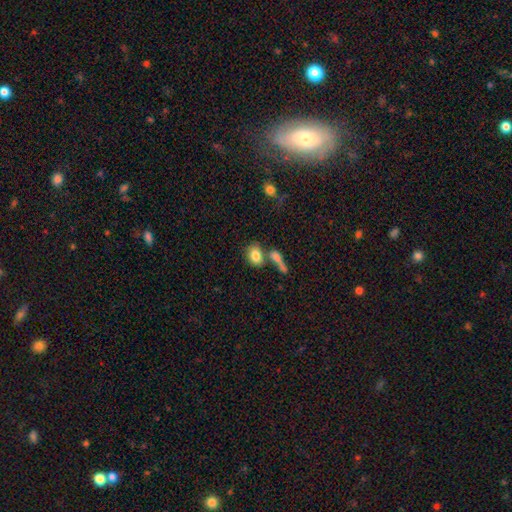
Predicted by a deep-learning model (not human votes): Smooth or featured: smooth — 82% (featured or disk — 10%)
How rounded: in between — 64% (round — 33%)
Merging: none — 53% (merger — 31%)